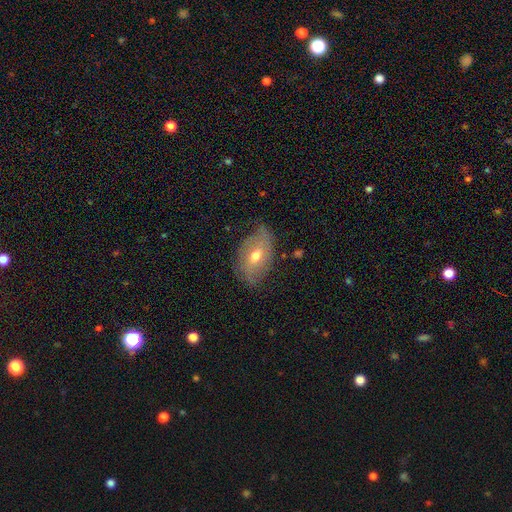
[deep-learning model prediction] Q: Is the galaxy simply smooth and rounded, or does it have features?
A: featured or disk — 57%.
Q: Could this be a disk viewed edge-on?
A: no — 89%.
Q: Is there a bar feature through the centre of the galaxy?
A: no — 49%.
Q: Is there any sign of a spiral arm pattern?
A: yes — 68%.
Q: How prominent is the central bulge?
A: moderate — 70%.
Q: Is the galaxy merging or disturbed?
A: none — 68%.